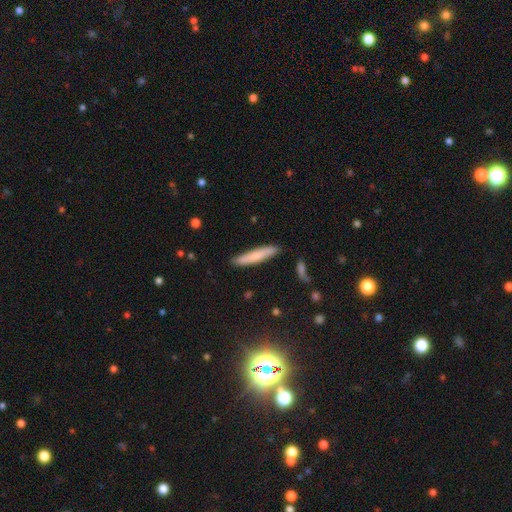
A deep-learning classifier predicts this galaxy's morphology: Smooth or featured? Predicted: smooth (p=0.75). How rounded? Predicted: cigar-shaped (p=0.92). Merging? Predicted: none (p=0.86).